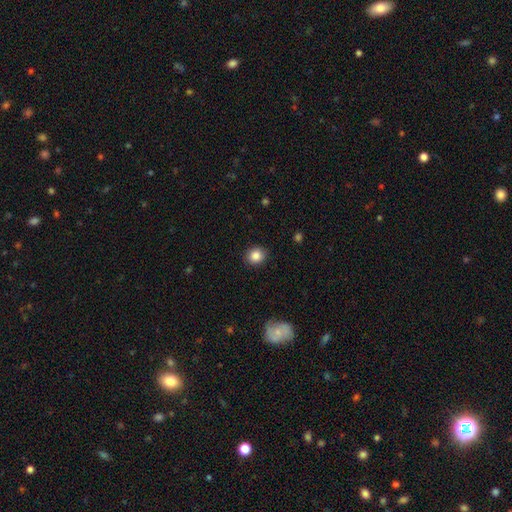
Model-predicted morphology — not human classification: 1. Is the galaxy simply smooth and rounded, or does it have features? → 86% smooth, 10% star or artifact, 4% featured or disk.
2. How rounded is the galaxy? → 79% round, 20% in between, 1% cigar-shaped.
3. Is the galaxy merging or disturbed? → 90% none, 7% minor disturbance, 2% major disturbance, 1% merger.